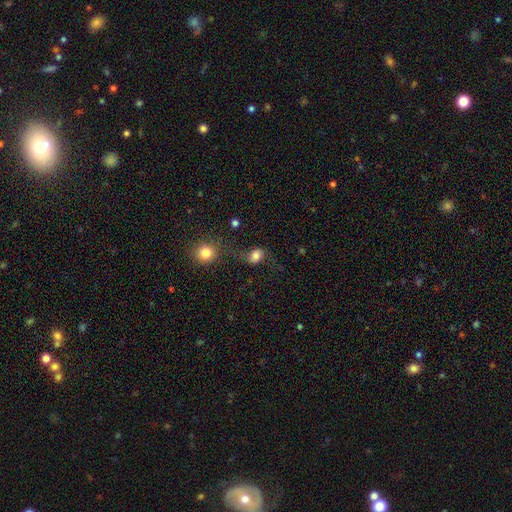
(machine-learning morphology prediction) smooth-or-featured: smooth: 69% | featured or disk: 20% | star or artifact: 12%
  how-rounded: in between: 60% | round: 37% | cigar-shaped: 2%
  merging: none: 49% | minor disturbance: 20% | major disturbance: 17% | merger: 13%